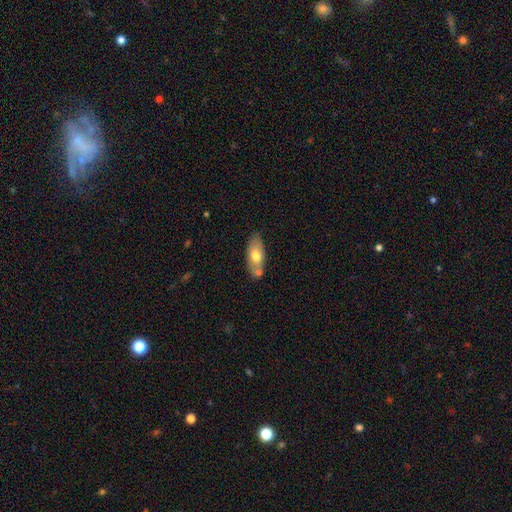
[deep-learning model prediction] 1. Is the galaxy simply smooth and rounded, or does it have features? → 68% smooth, 26% featured or disk, 6% star or artifact.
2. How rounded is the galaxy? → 83% in between, 14% cigar-shaped, 3% round.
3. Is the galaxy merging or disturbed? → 64% none, 16% minor disturbance, 16% merger, 4% major disturbance.